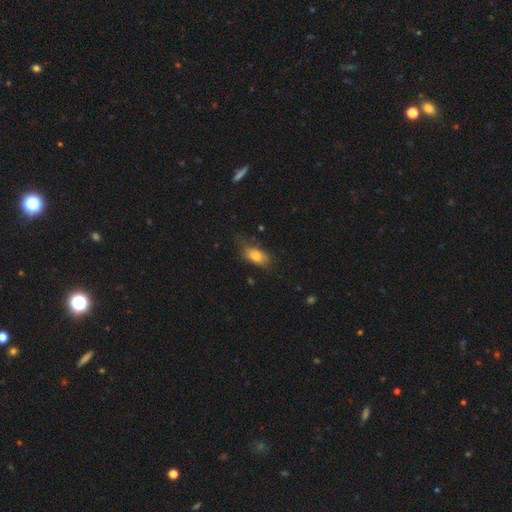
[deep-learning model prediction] Smooth or featured? smooth (79%)
How rounded? in between (87%)
Merging? none (60%)